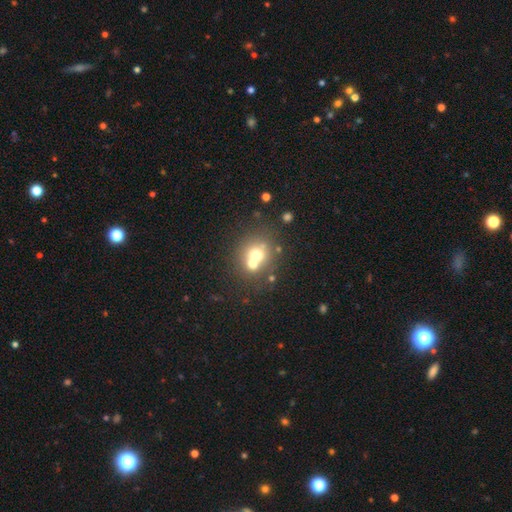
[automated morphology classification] Smooth or featured? smooth (63%)
How rounded? round (78%)
Merging? merger (47%)